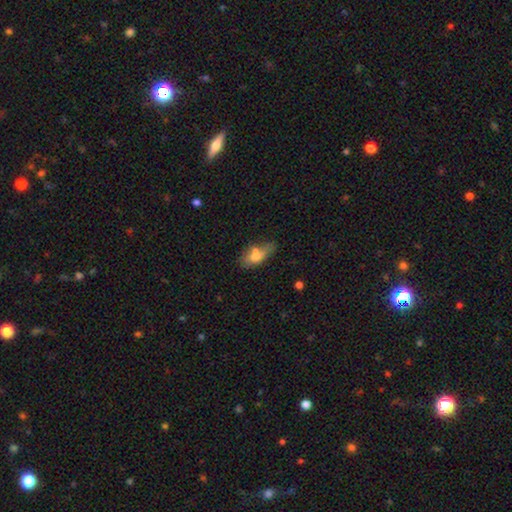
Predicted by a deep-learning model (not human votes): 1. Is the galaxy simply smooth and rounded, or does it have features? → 66% smooth, 25% featured or disk, 9% star or artifact.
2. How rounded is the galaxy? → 81% in between, 11% cigar-shaped, 8% round.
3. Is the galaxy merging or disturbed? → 35% none, 26% minor disturbance, 24% merger, 15% major disturbance.